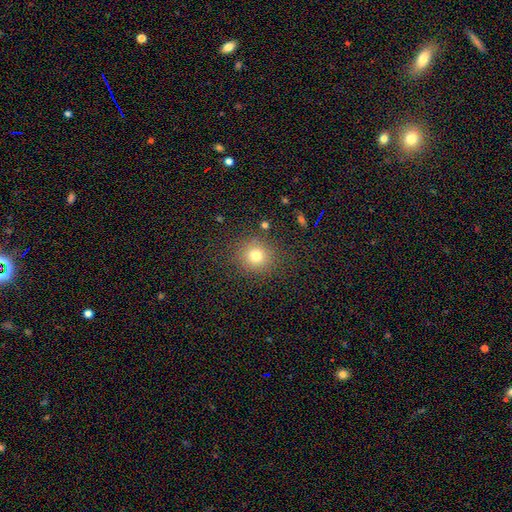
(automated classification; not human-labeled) Overall: smooth (77%). How rounded: round (88%). Merging: none (85%).